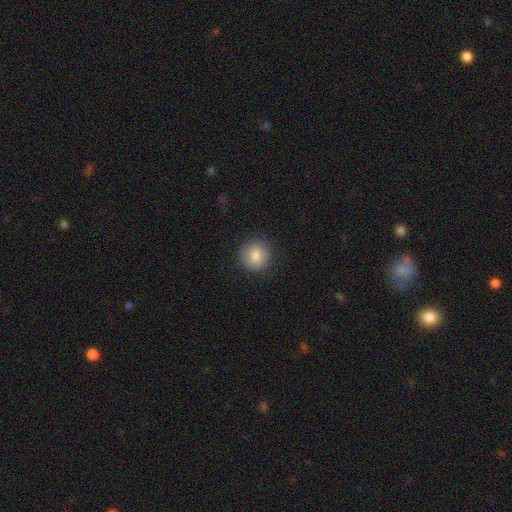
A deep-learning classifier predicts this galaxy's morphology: Smooth or featured? Predicted: smooth (p=0.82). How rounded? Predicted: round (p=0.92). Merging? Predicted: none (p=0.88).